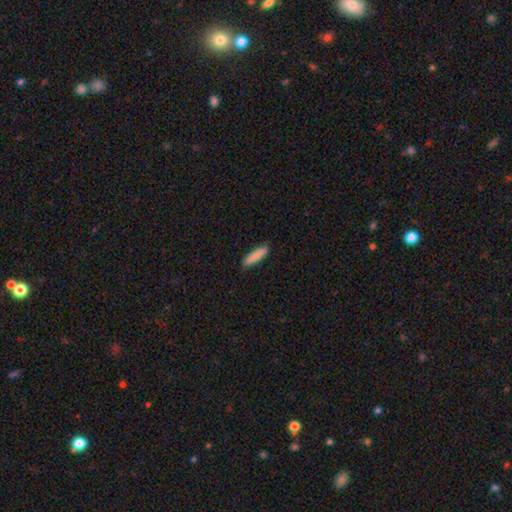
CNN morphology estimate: Smooth or featured: smooth — 87% (featured or disk — 7%)
How rounded: cigar-shaped — 75% (in between — 24%)
Merging: none — 87% (minor disturbance — 10%)